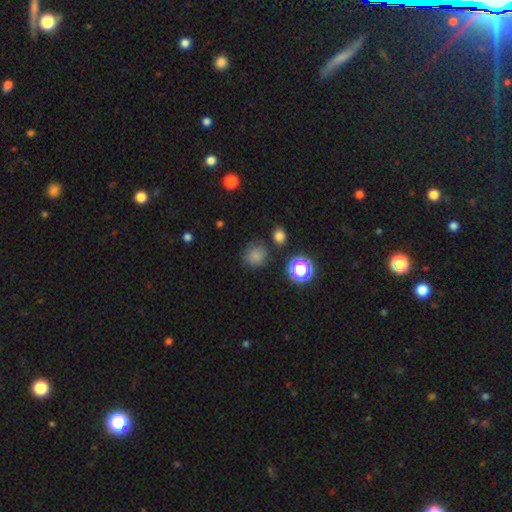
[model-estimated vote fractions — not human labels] smooth_or_featured: smooth (p=0.76) [alt: star or artifact p=0.18]
how_rounded: round (p=0.83) [alt: in between p=0.16]
merging: none (p=0.76) [alt: minor disturbance p=0.13]